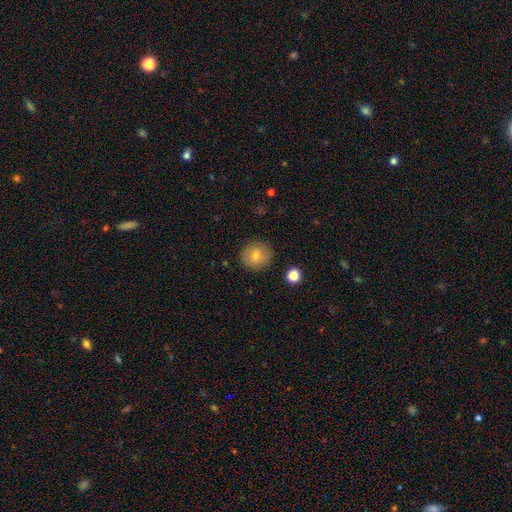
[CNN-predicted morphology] type=smooth (78%); roundness=round (84%); merging=none (89%).